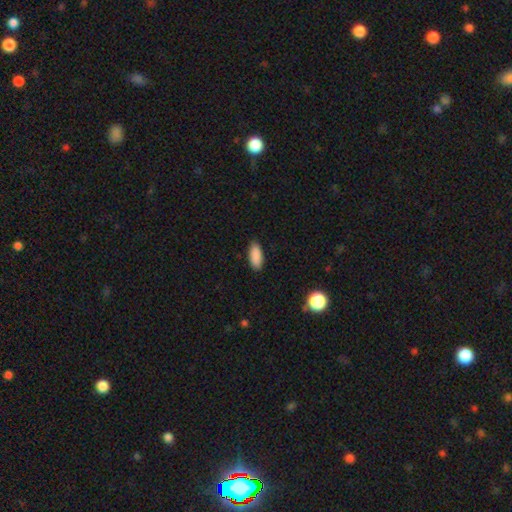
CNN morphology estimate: type=smooth (90%); roundness=in between (82%); merging=none (88%).